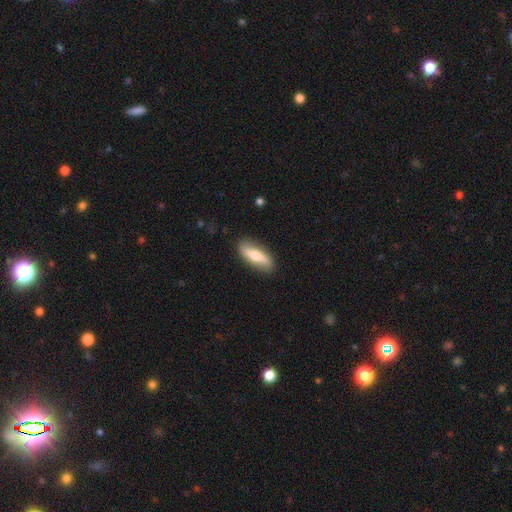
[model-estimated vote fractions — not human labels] smooth_or_featured: smooth (p=0.57) [alt: featured or disk p=0.37]
how_rounded: in between (p=0.60) [alt: cigar-shaped p=0.37]
merging: none (p=0.86) [alt: minor disturbance p=0.10]